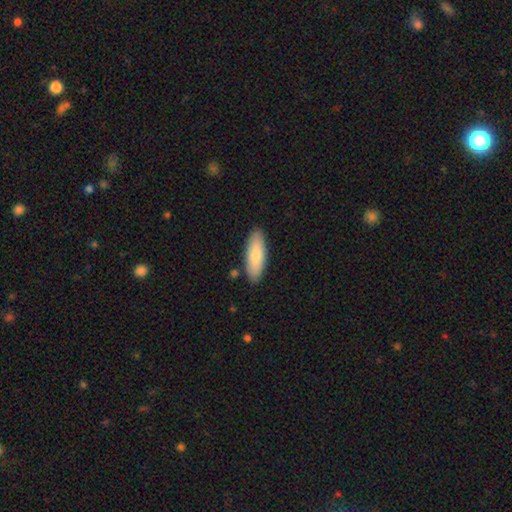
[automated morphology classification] smooth 79%, featured or disk 16%, star or artifact 5%. Down the decision tree: how rounded — in between (61%); merging — none (86%).